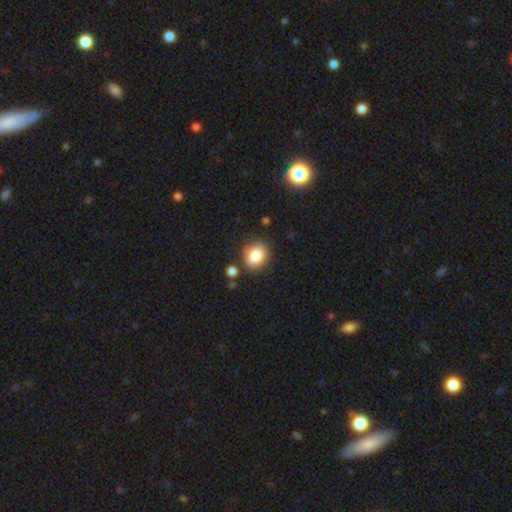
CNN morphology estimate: smooth 84%, star or artifact 9%, featured or disk 7%. Down the decision tree: how rounded — round (55%); merging — none (78%).